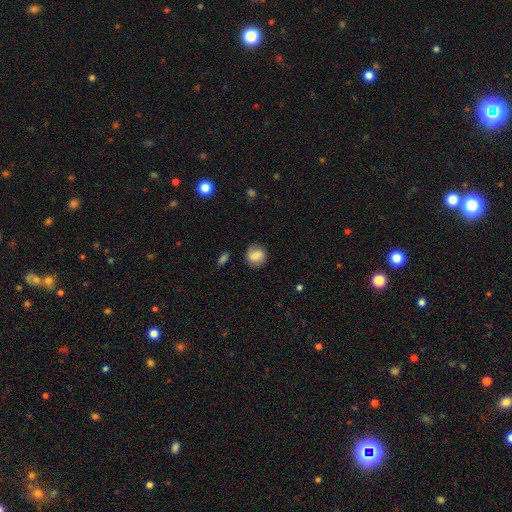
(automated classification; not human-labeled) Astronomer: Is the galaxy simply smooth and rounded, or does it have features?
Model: smooth — 79%.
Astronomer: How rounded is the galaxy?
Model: round — 73%.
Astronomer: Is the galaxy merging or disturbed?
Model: none — 77%.